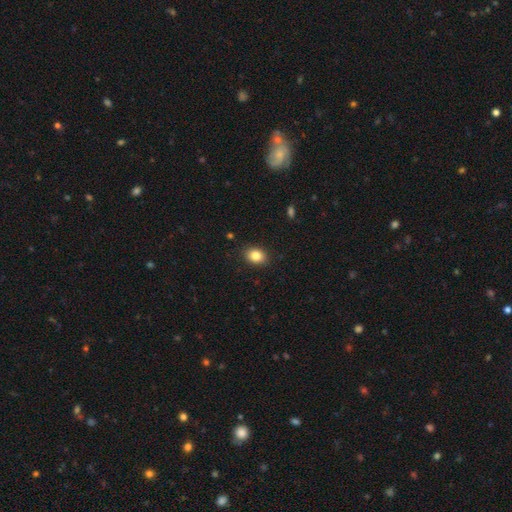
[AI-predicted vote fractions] smooth 84%, star or artifact 9%, featured or disk 7%. Down the decision tree: how rounded — in between (67%); merging — none (88%).